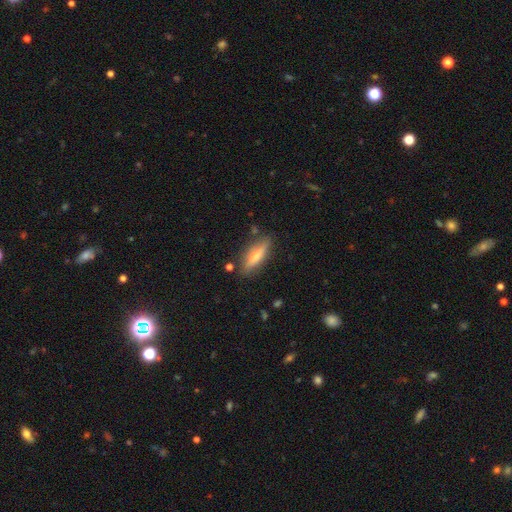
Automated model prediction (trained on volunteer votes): Smooth or featured: smooth — 52% (featured or disk — 41%)
How rounded: cigar-shaped — 65% (in between — 33%)
Merging: none — 84% (minor disturbance — 12%)